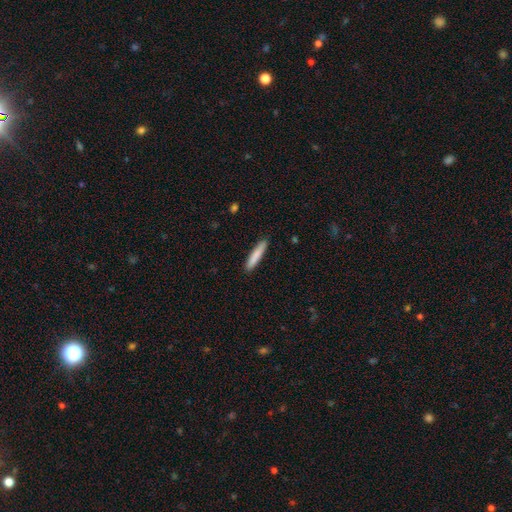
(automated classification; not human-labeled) Smooth or featured?
  - smooth: 83% *
  - featured or disk: 12%
  - star or artifact: 5%
How rounded?
  - cigar-shaped: 92% *
  - in between: 7%
  - round: 1%
Merging?
  - none: 90% *
  - minor disturbance: 7%
  - major disturbance: 1%
  - merger: 1%